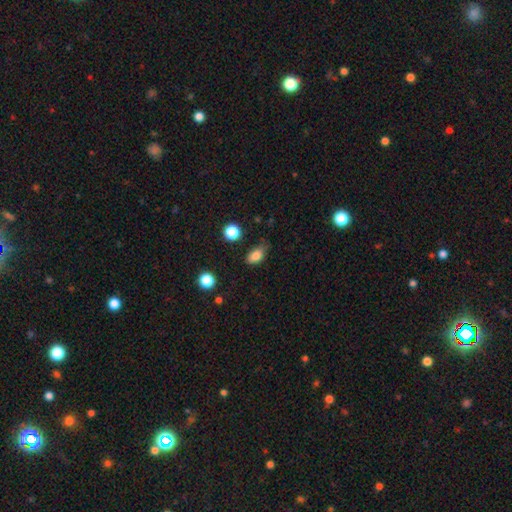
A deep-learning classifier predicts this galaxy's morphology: A smooth galaxy with no disk features (84%) that is in between round and cigar-shaped (84%). Merging: none (65%).